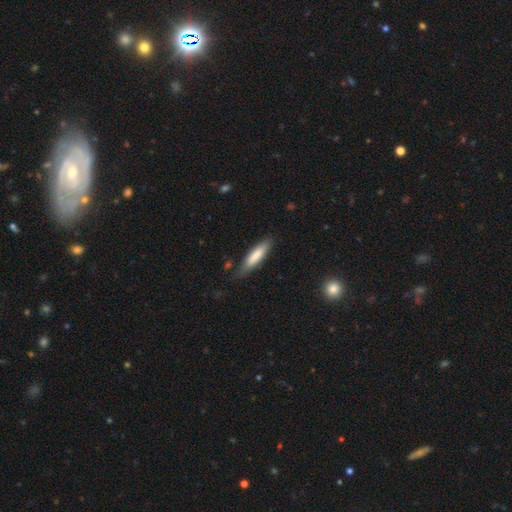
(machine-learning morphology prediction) Smooth or featured? Predicted: smooth (p=0.77). How rounded? Predicted: cigar-shaped (p=0.73). Merging? Predicted: none (p=0.74).